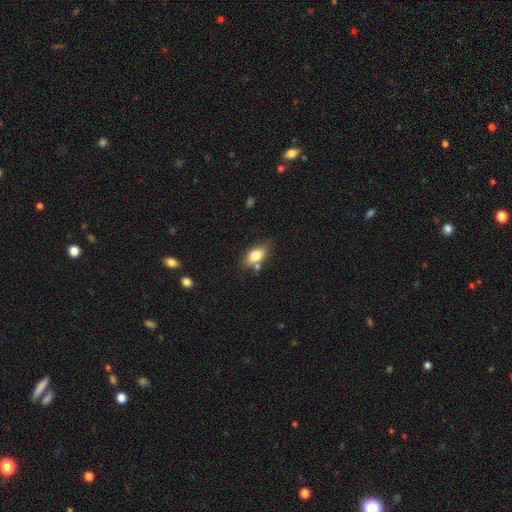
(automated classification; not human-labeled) smooth 78%, featured or disk 14%, star or artifact 8%. Down the decision tree: how rounded — in between (84%); merging — none (68%).